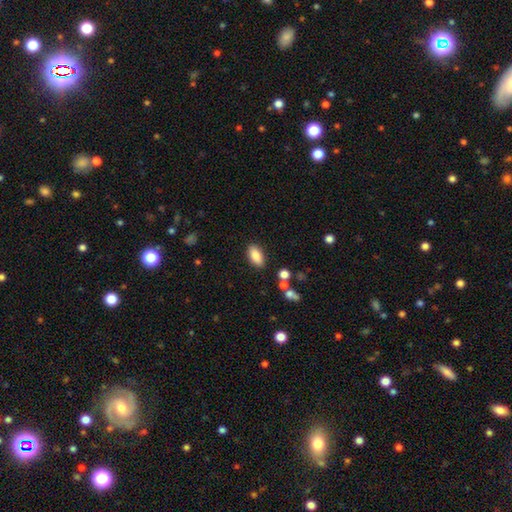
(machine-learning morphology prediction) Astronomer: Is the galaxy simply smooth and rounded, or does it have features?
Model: smooth — 86%.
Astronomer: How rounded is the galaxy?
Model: in between — 88%.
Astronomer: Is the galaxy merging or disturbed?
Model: none — 86%.